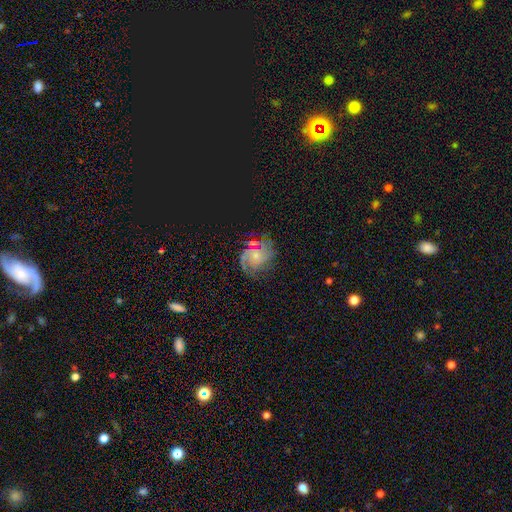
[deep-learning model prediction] This appears to be a featured or disk galaxy (66%) with no bar (67%), 2 (40%) tight (49%) spiral arms (94%) and a small central bulge (61%). Merging: none (71%).